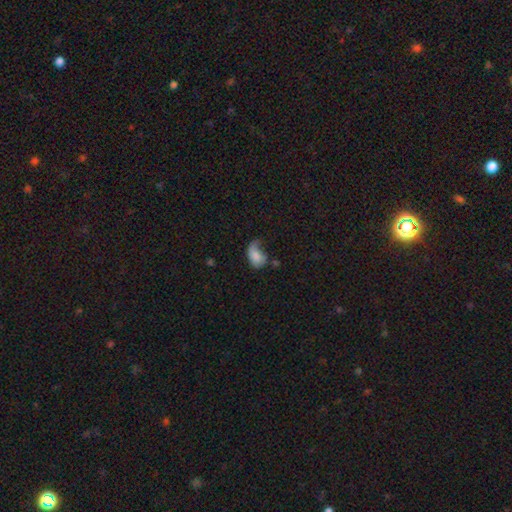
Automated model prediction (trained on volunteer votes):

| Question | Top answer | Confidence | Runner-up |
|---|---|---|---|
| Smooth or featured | smooth | 68% | featured or disk (23%) |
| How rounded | in between | 83% | round (15%) |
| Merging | major disturbance | 40% | minor disturbance (30%) |